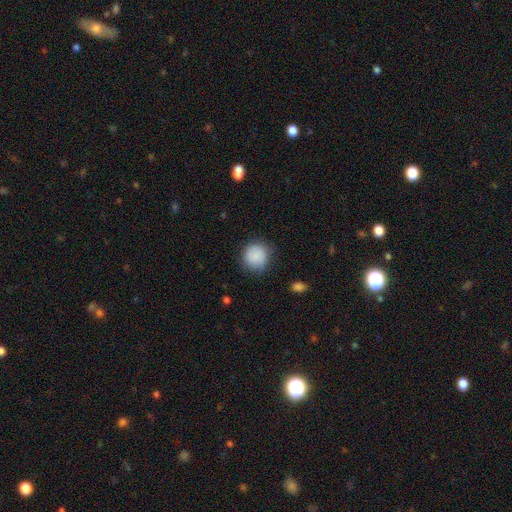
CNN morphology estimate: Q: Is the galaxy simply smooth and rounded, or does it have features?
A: smooth — 87%.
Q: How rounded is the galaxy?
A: round — 89%.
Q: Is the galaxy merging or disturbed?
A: none — 81%.